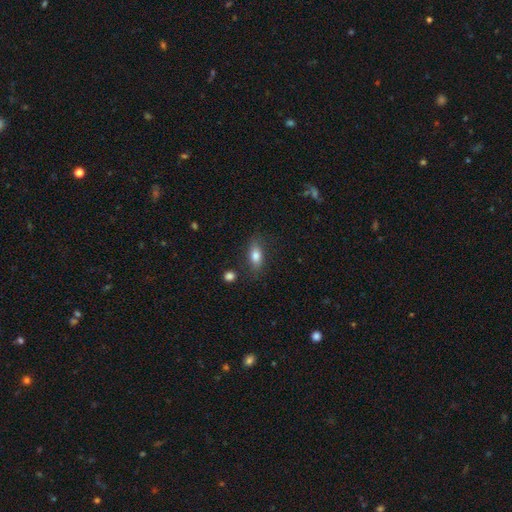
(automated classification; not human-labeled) Smooth or featured? smooth (79%)
How rounded? in between (81%)
Merging? none (77%)